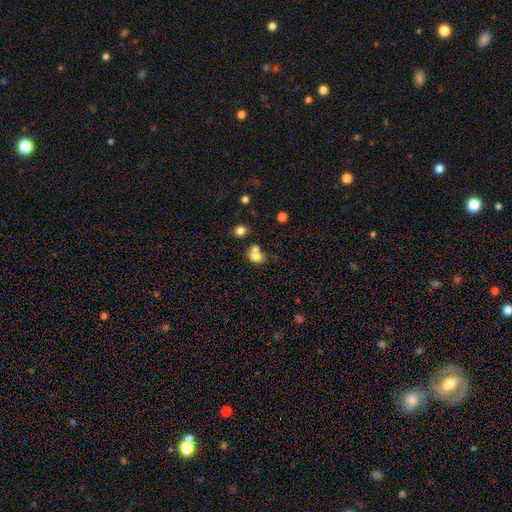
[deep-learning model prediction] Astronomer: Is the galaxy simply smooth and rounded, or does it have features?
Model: smooth — 74%.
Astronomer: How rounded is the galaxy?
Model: in between — 53% (runner-up: round, 46%).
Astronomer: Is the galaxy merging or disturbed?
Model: merger — 54% (runner-up: none, 31%).